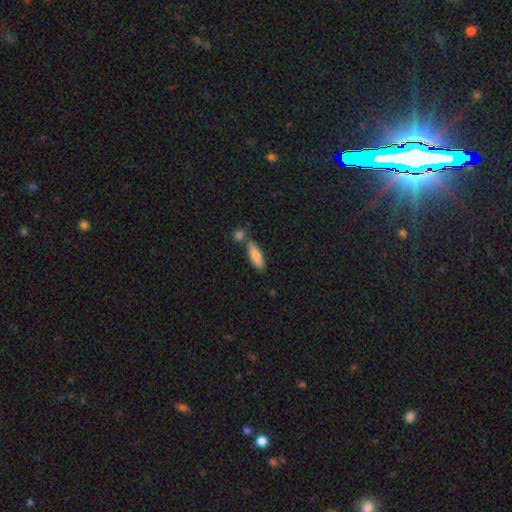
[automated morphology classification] This appears to be a smooth galaxy with no disk features (82%) that is in between round and cigar-shaped (57%). Merging: none (60%).